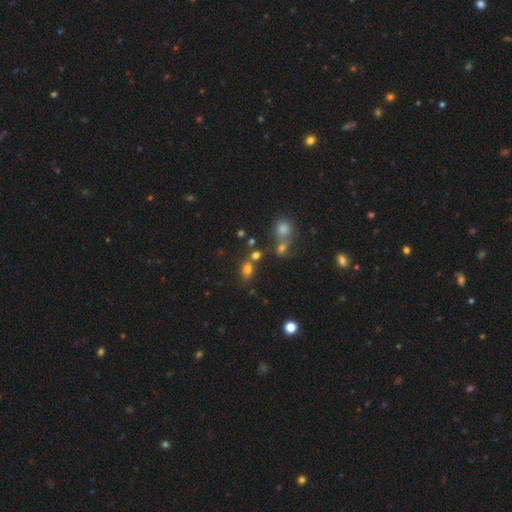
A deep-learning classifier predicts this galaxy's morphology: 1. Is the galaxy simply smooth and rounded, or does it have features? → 70% smooth, 20% star or artifact, 10% featured or disk.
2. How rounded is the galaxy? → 56% in between, 41% round, 2% cigar-shaped.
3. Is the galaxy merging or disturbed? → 58% none, 25% merger, 12% minor disturbance, 5% major disturbance.